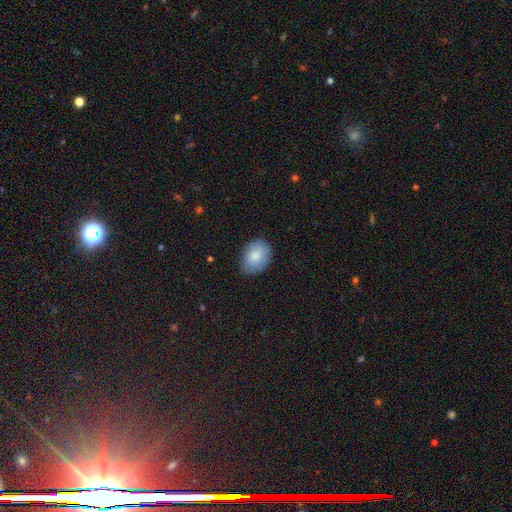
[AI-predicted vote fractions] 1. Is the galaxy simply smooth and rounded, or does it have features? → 82% smooth, 12% featured or disk, 6% star or artifact.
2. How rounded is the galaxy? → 78% in between, 21% round, 1% cigar-shaped.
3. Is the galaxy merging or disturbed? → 76% none, 19% minor disturbance, 3% major disturbance, 1% merger.